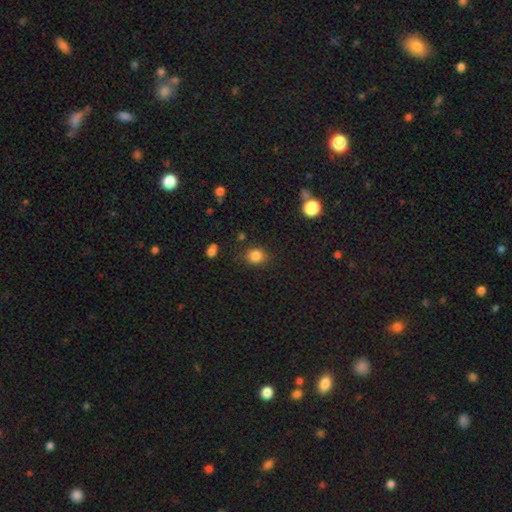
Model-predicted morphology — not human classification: Smooth or featured: smooth — 84% (star or artifact — 11%)
How rounded: round — 72% (in between — 27%)
Merging: none — 82% (minor disturbance — 13%)